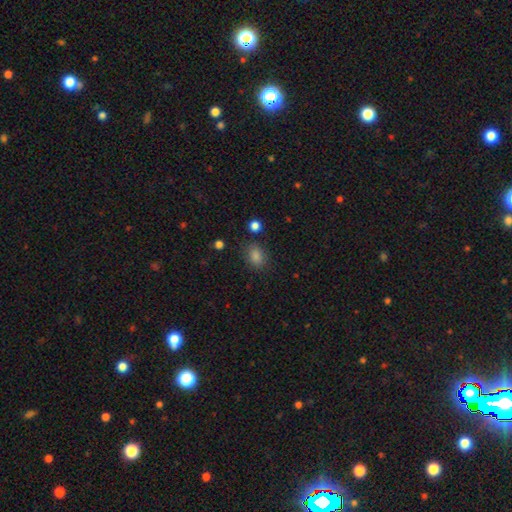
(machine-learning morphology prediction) Smooth or featured? Predicted: smooth (p=0.80). How rounded? Predicted: in between (p=0.62). Merging? Predicted: none (p=0.81).